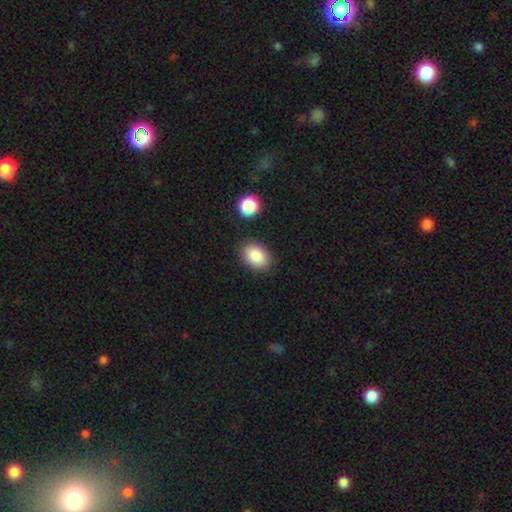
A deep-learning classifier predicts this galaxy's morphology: type=smooth (87%); roundness=in between (82%); merging=none (84%).